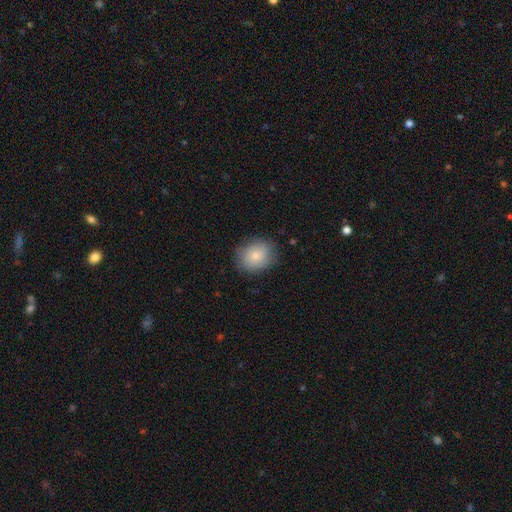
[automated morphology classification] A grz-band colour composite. It shows a smooth galaxy with no disk features (81%) that is round (60%). Merging: none (80%).